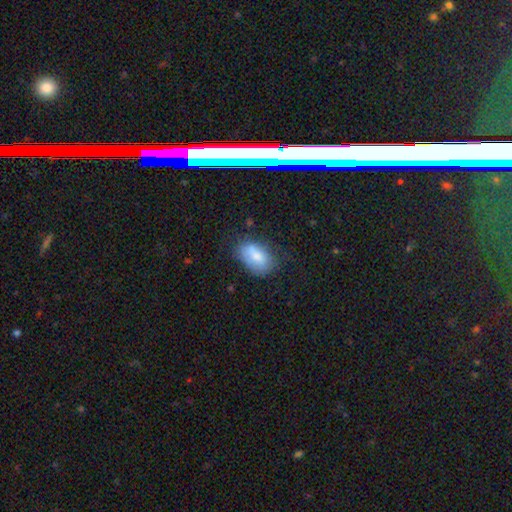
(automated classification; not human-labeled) smooth 76%, featured or disk 16%, star or artifact 8%. Down the decision tree: how rounded — in between (90%); merging — none (56%).